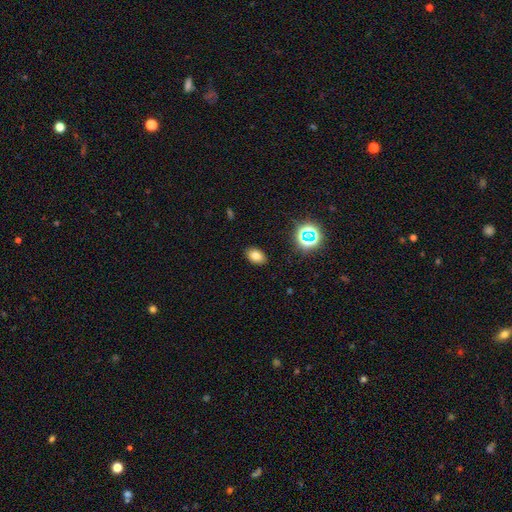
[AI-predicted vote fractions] smooth_or_featured: smooth (p=0.75) [alt: star or artifact p=0.15]
how_rounded: in between (p=0.82) [alt: round p=0.17]
merging: none (p=0.88) [alt: minor disturbance p=0.08]